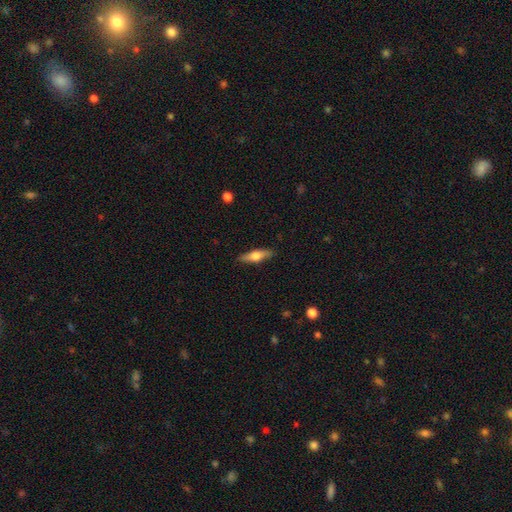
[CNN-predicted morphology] Smooth or featured?
  - smooth: 53% *
  - featured or disk: 41%
  - star or artifact: 6%
How rounded?
  - cigar-shaped: 66% *
  - in between: 32%
  - round: 2%
Merging?
  - none: 88% *
  - minor disturbance: 9%
  - major disturbance: 2%
  - merger: 1%